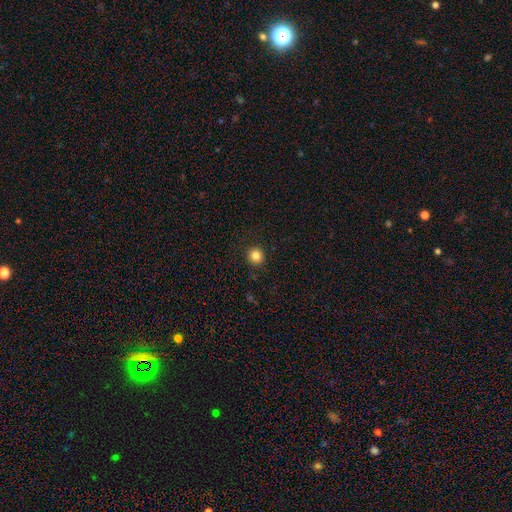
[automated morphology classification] Smooth or featured?
  - smooth: 84% *
  - star or artifact: 11%
  - featured or disk: 5%
How rounded?
  - round: 93% *
  - in between: 6%
  - cigar-shaped: 1%
Merging?
  - none: 92% *
  - minor disturbance: 5%
  - major disturbance: 2%
  - merger: 1%